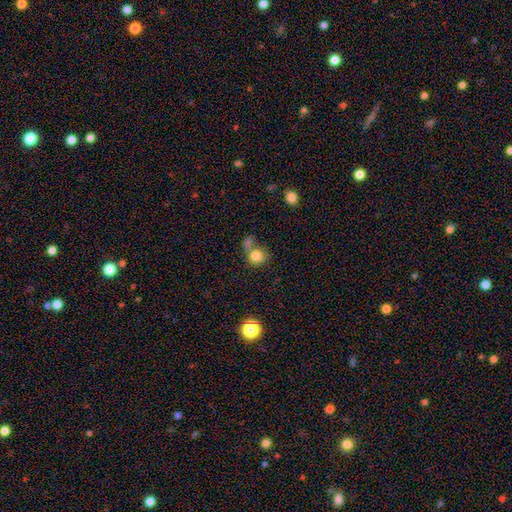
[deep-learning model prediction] A smooth galaxy with no disk features (80%) that is round (81%).

Vote fractions:
- Smooth or featured? smooth: 80% / star or artifact: 11% / featured or disk: 9%
- How rounded? round: 81% / in between: 18% / cigar-shaped: 1%
- Merging? none: 45% / merger: 37% / minor disturbance: 11% / major disturbance: 7%